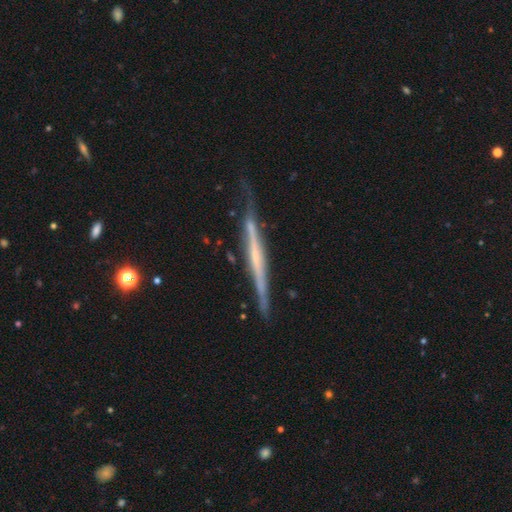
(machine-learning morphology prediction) type=featured or disk (72%); edge-on=yes (96%); edge-on bulge=none (71%); merging=none (72%).